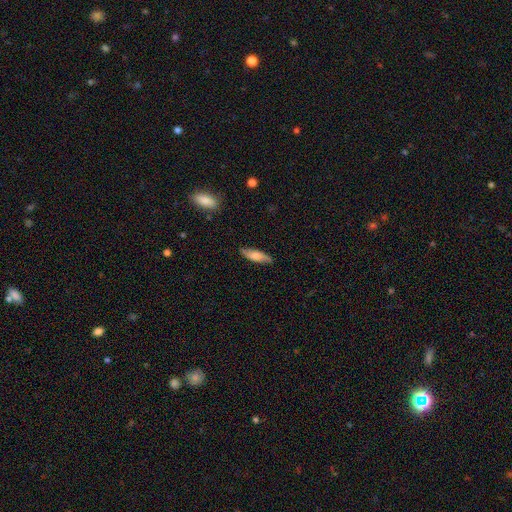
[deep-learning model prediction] smooth-or-featured: smooth: 69% | featured or disk: 25% | star or artifact: 6%
  how-rounded: cigar-shaped: 54% | in between: 44% | round: 2%
  merging: none: 83% | minor disturbance: 14% | major disturbance: 2% | merger: 1%